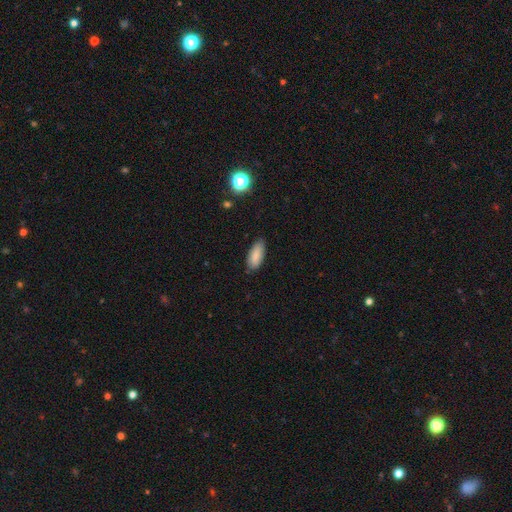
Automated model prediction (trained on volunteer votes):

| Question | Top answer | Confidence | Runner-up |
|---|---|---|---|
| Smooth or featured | smooth | 85% | featured or disk (8%) |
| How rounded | in between | 86% | cigar-shaped (12%) |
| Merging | none | 79% | minor disturbance (17%) |